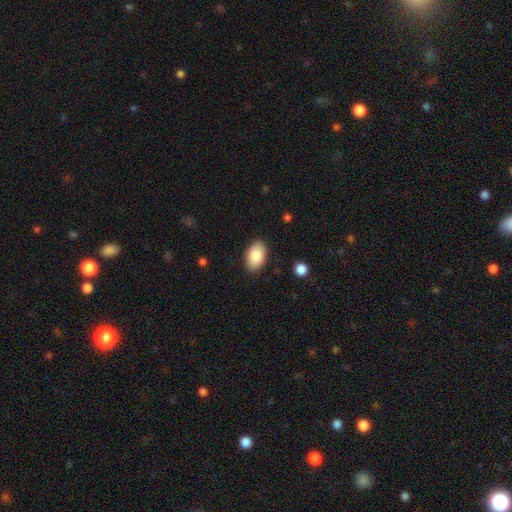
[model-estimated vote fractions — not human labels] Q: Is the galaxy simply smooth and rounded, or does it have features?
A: smooth — 85%.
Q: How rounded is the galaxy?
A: in between — 93%.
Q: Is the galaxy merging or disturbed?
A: none — 88%.